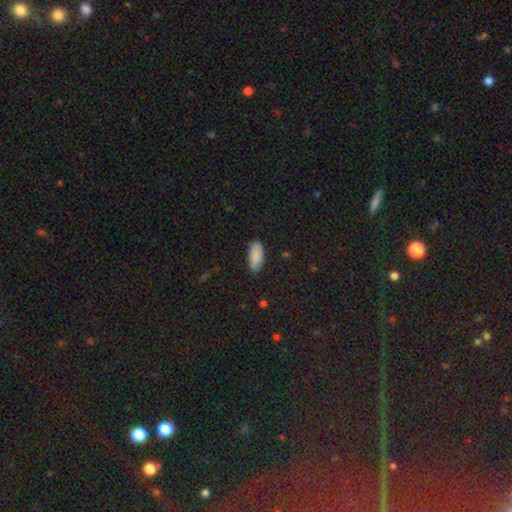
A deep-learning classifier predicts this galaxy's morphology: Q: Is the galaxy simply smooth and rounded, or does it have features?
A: smooth — 88%.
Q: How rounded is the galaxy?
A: in between — 89%.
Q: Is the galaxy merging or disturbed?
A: none — 85%.